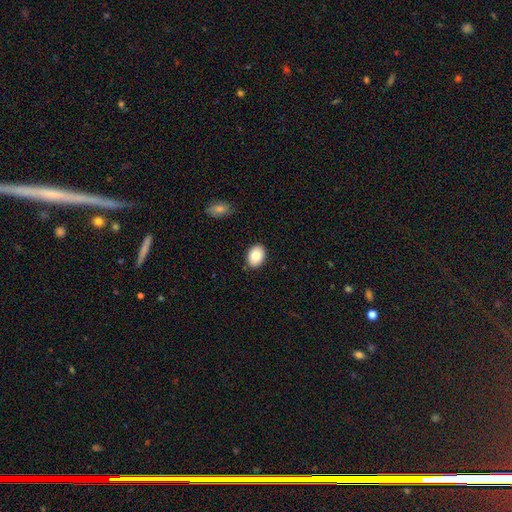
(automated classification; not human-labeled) smooth-or-featured: smooth: 83% | featured or disk: 10% | star or artifact: 7%
  how-rounded: in between: 78% | round: 21% | cigar-shaped: 1%
  merging: none: 89% | minor disturbance: 8% | major disturbance: 2% | merger: 1%